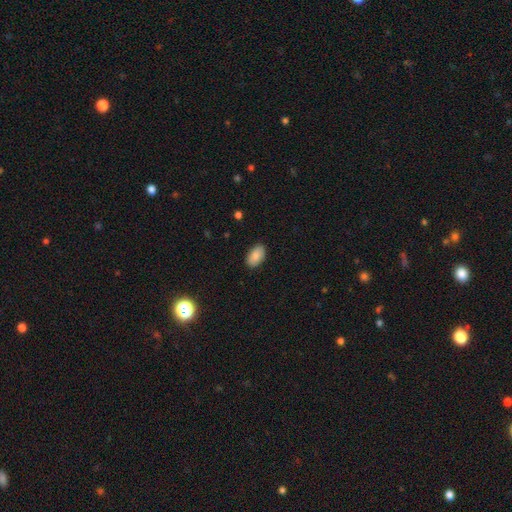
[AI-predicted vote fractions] A smooth galaxy with no disk features (87%) that is in between round and cigar-shaped (94%).

Vote fractions:
- Smooth or featured? smooth: 87% / star or artifact: 7% / featured or disk: 6%
- How rounded? in between: 94% / round: 5% / cigar-shaped: 1%
- Merging? none: 88% / minor disturbance: 9% / major disturbance: 2% / merger: 1%